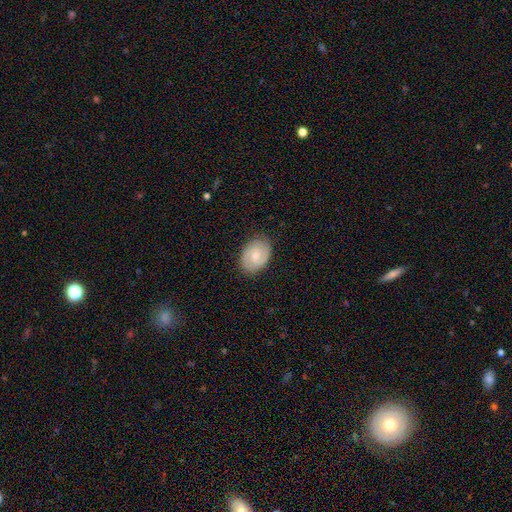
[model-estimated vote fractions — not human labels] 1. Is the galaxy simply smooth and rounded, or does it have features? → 61% featured or disk, 33% smooth, 6% star or artifact.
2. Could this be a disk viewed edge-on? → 97% no, 3% yes.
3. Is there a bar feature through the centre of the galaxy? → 55% no, 40% weak, 6% strong.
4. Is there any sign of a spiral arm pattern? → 86% yes, 14% no.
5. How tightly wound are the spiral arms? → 49% tight, 40% medium, 11% loose.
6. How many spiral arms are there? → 80% 2, 12% can't tell, 3% 3, 2% 1, 1% 4, 1% more than 4.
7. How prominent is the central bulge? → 51% small, 44% moderate, 3% none, 2% large, 1% dominant.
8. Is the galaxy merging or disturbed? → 83% none, 13% minor disturbance, 3% major disturbance, 1% merger.